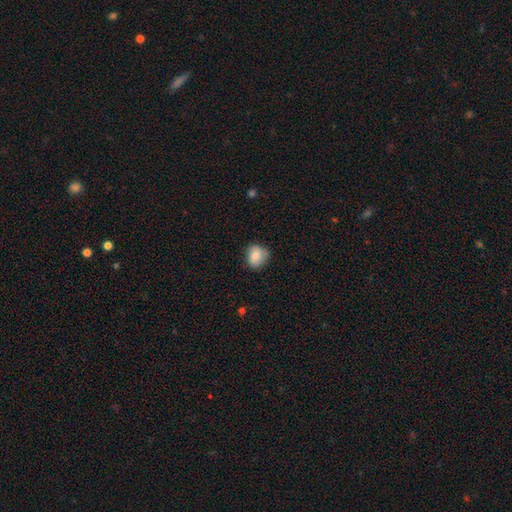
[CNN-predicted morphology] The model was most divided on "how rounded": round: 71%, in between: 28%, cigar-shaped: 1%. More confident: smooth or featured — smooth (80%); merging — none (73%).